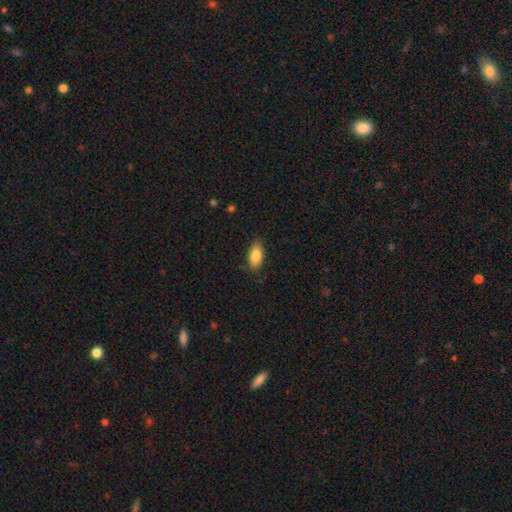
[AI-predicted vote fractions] smooth 83%, featured or disk 10%, star or artifact 7%. Down the decision tree: how rounded — in between (90%); merging — none (82%).